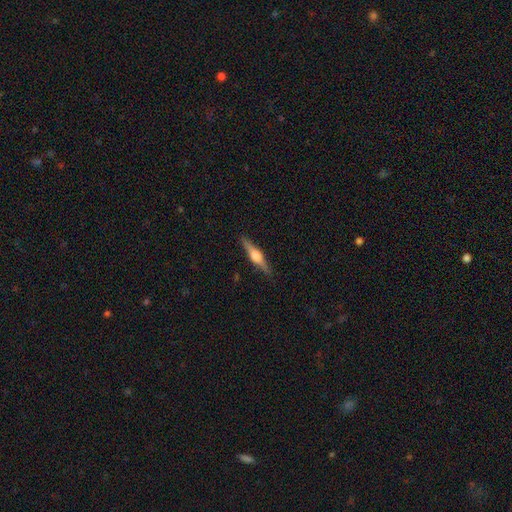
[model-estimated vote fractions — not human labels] The model was most divided on "smooth or featured": featured or disk: 74%, smooth: 21%, star or artifact: 6%. More confident: edge-on disk — yes (98%); edge-on bulge — rounded (92%); merging — none (90%).